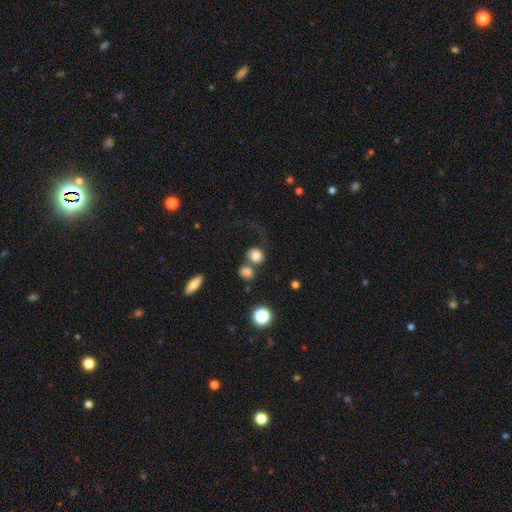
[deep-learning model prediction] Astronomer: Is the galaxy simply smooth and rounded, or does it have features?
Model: smooth — 78%.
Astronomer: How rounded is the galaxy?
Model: round — 73%.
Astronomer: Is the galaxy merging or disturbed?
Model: none — 36%, tied with merger at 36%.